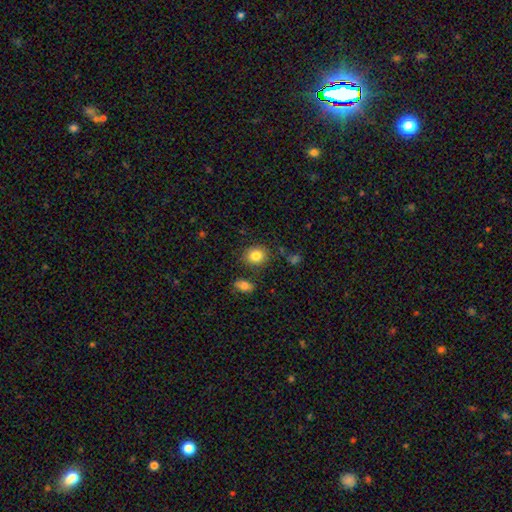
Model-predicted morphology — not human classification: A smooth galaxy with no disk features (84%) that is round (71%).

Vote fractions:
- Smooth or featured? smooth: 84% / star or artifact: 9% / featured or disk: 7%
- How rounded? round: 71% / in between: 28% / cigar-shaped: 1%
- Merging? none: 82% / minor disturbance: 10% / merger: 4% / major disturbance: 3%